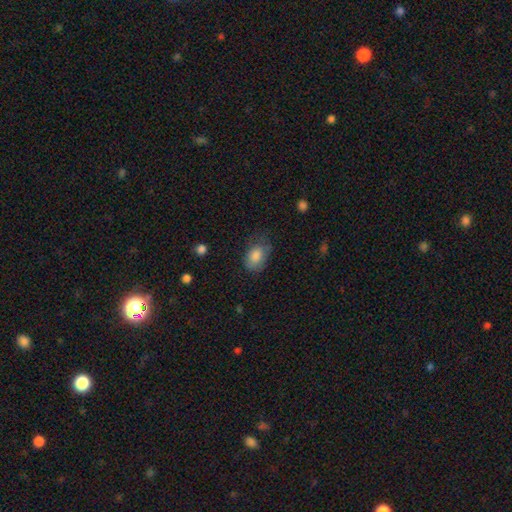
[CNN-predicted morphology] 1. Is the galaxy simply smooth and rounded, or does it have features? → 82% smooth, 11% featured or disk, 8% star or artifact.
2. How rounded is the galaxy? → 84% in between, 15% round, 1% cigar-shaped.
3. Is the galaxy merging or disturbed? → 56% none, 30% minor disturbance, 12% major disturbance, 2% merger.